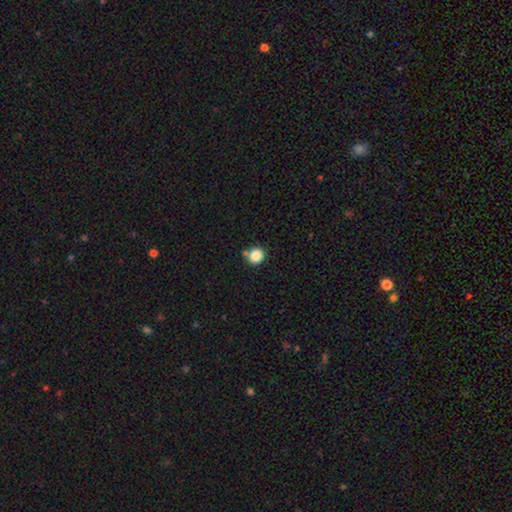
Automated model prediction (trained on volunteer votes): Smooth or featured?
  - smooth: 86% *
  - star or artifact: 10%
  - featured or disk: 4%
How rounded?
  - round: 87% *
  - in between: 12%
  - cigar-shaped: 1%
Merging?
  - none: 76% *
  - merger: 11%
  - minor disturbance: 10%
  - major disturbance: 3%